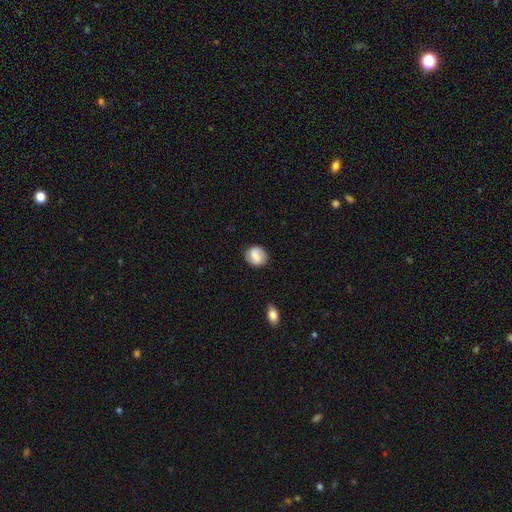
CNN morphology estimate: A smooth galaxy with no disk features (55%) that is round (70%).

Vote fractions:
- Smooth or featured? smooth: 55% / featured or disk: 38% / star or artifact: 8%
- How rounded? round: 70% / in between: 29% / cigar-shaped: 1%
- Merging? none: 83% / minor disturbance: 12% / major disturbance: 3% / merger: 2%